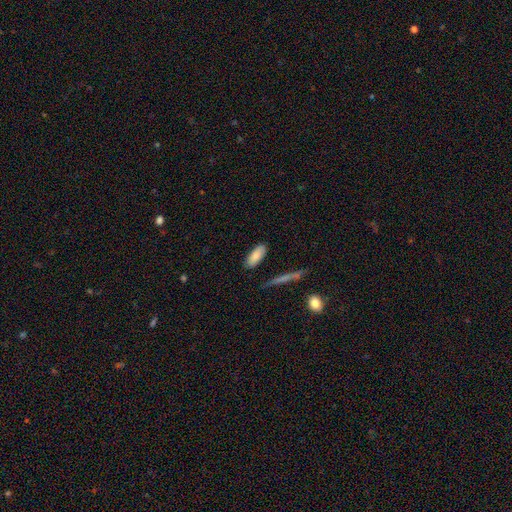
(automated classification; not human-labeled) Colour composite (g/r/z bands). It shows a smooth galaxy with no disk features (83%) that is in between round and cigar-shaped (79%). Merging: none (81%).